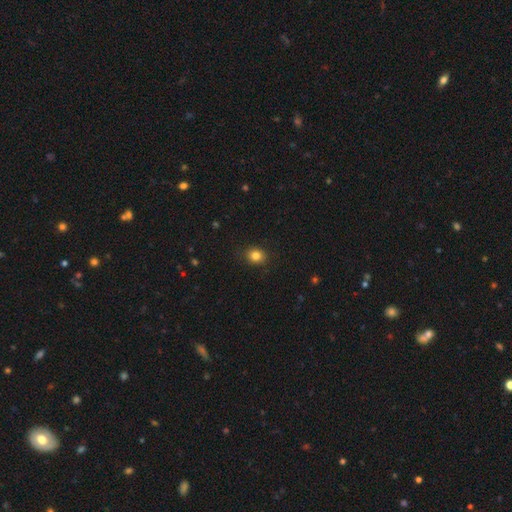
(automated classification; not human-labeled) smooth_or_featured: smooth (p=0.83) [alt: star or artifact p=0.11]
how_rounded: round (p=0.62) [alt: in between p=0.37]
merging: none (p=0.88) [alt: minor disturbance p=0.09]